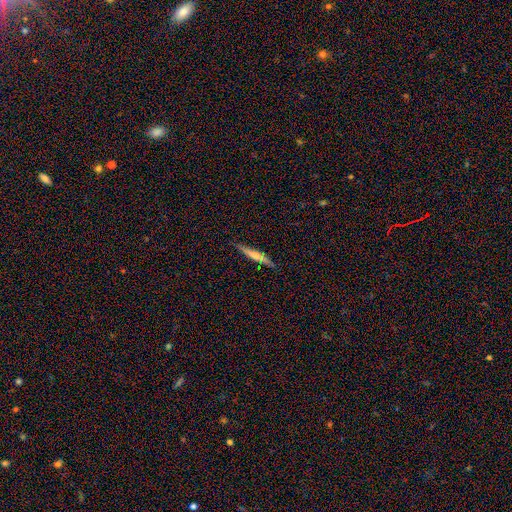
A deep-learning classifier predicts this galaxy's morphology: Overall: smooth (54%; featured or disk 39%). How rounded: cigar-shaped (92%). Merging: none (84%).